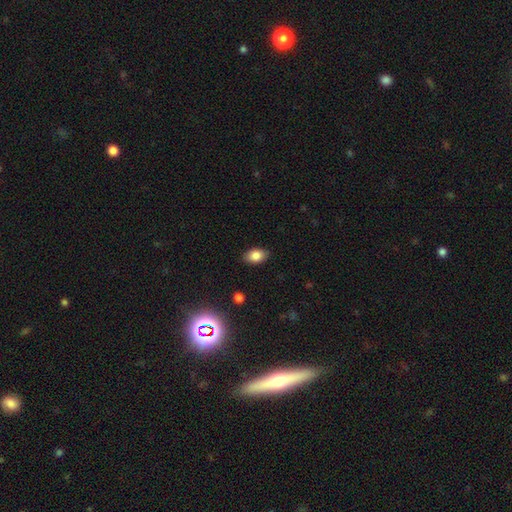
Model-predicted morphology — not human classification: A smooth galaxy with no disk features (83%) that is in between round and cigar-shaped (86%). Merging: none (87%).